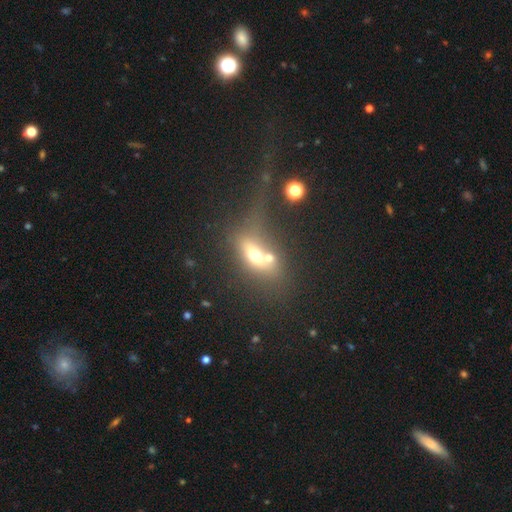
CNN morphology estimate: Q: Smooth or featured?
A: smooth (55%); runner-up: featured or disk (31%)
Q: How rounded?
A: in between (66%); runner-up: round (21%)
Q: Merging?
A: merger (45%); runner-up: none (28%)